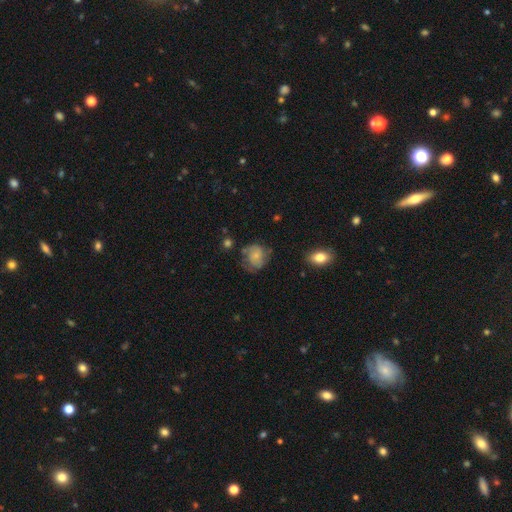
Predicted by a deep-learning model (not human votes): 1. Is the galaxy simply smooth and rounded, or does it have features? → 56% smooth, 35% featured or disk, 9% star or artifact.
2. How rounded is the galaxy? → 68% round, 31% in between, 1% cigar-shaped.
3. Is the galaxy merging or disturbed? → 56% none, 27% minor disturbance, 13% major disturbance, 3% merger.